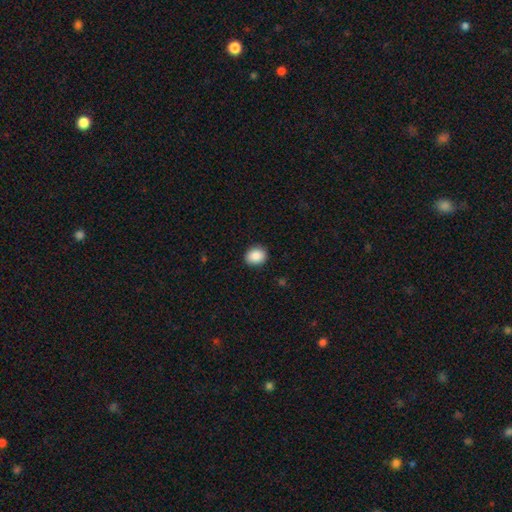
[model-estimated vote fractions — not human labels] smooth-or-featured: smooth: 89% | star or artifact: 8% | featured or disk: 3%
  how-rounded: round: 61% | in between: 38% | cigar-shaped: 1%
  merging: none: 90% | minor disturbance: 7% | major disturbance: 2% | merger: 1%